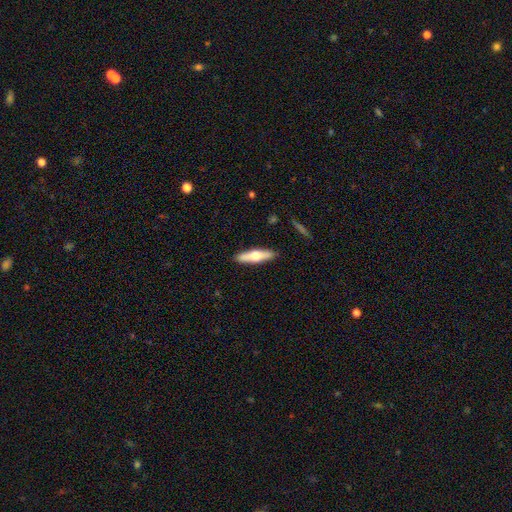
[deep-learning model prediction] smooth 50%, featured or disk 44%, star or artifact 5%. Down the decision tree: how rounded — cigar-shaped (69%); merging — none (89%).